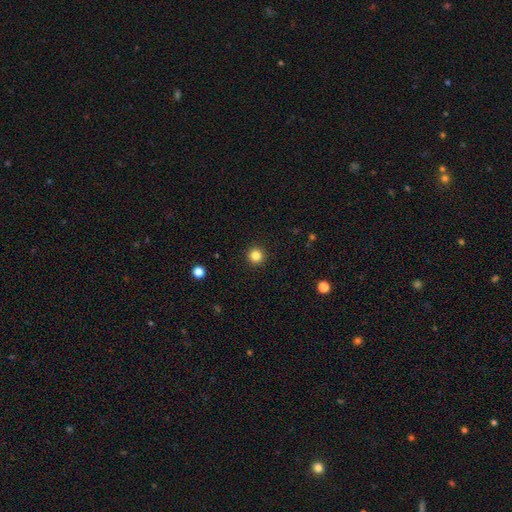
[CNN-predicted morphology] Overall: smooth (83%). How rounded: round (96%). Merging: none (93%).